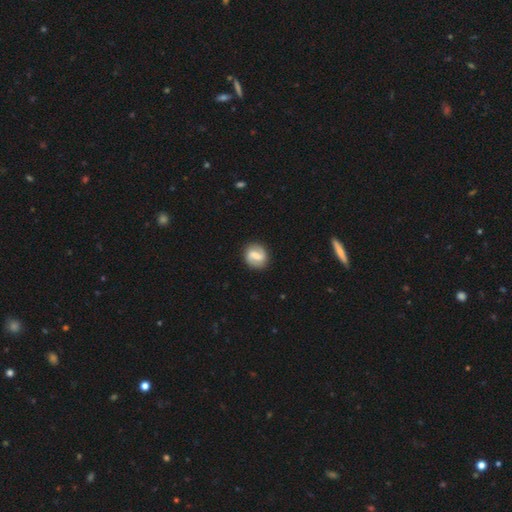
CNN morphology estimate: Smooth or featured?
  - featured or disk: 64% *
  - smooth: 30%
  - star or artifact: 6%
Edge-on disk?
  - no: 97% *
  - yes: 3%
Bar?
  - weak: 45% *
  - strong: 40%
  - no: 15%
Spiral arms?
  - yes: 85% *
  - no: 15%
Spiral winding?
  - medium: 40% *
  - loose: 37%
  - tight: 23%
Spiral arm count?
  - 2: 89% *
  - can't tell: 5%
  - 1: 3%
  - 3: 1%
  - 4: 1%
  - more than 4: 1%
Bulge size?
  - moderate: 45% *
  - small: 36%
  - none: 10%
  - large: 8%
  - dominant: 2%
Merging?
  - none: 87% *
  - minor disturbance: 9%
  - major disturbance: 3%
  - merger: 1%